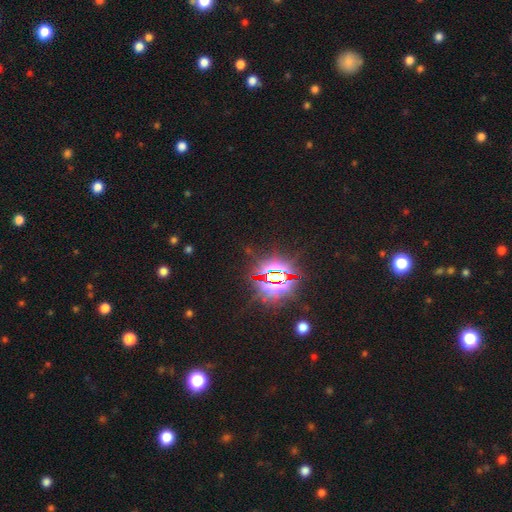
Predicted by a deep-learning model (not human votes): smooth_or_featured: star or artifact (p=0.84) [alt: smooth p=0.10]